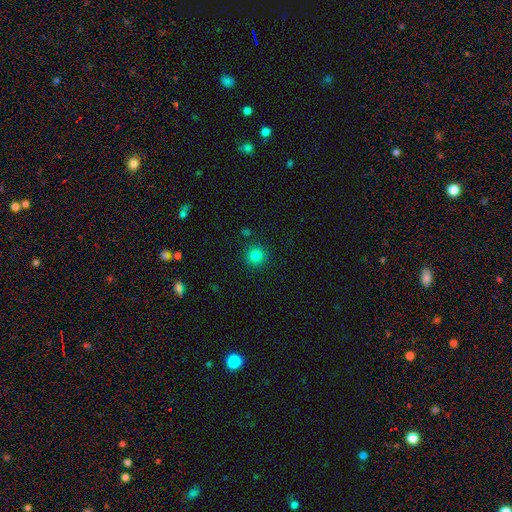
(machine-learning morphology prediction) smooth-or-featured: smooth: 82% | star or artifact: 13% | featured or disk: 5%
  how-rounded: round: 94% | in between: 5% | cigar-shaped: 1%
  merging: none: 90% | minor disturbance: 6% | merger: 2% | major disturbance: 2%